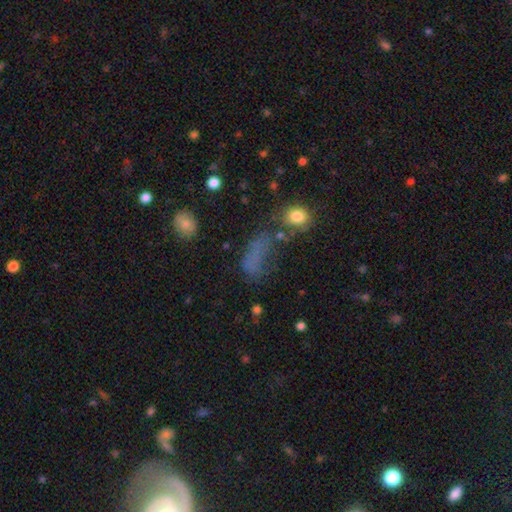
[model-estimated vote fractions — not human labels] The model was most divided on "merging": none: 39%, major disturbance: 29%, minor disturbance: 21%, merger: 11%. More confident: how rounded — in between (65%); smooth or featured — smooth (55%).